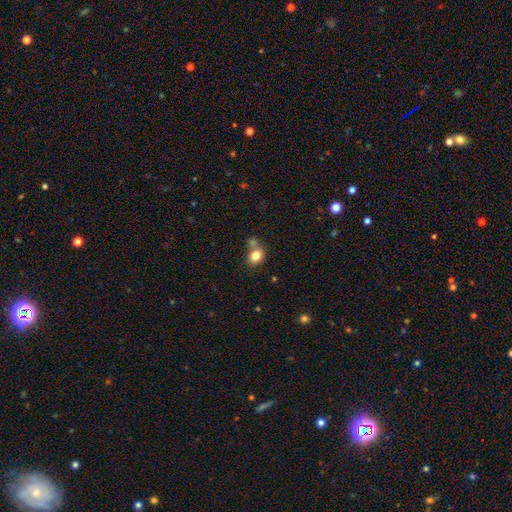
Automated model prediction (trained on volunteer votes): Morphology: type=smooth (81%); roundness=in between (51%); merging=none (50%).